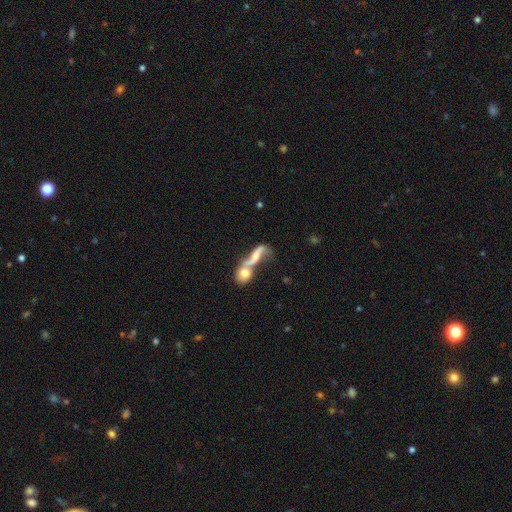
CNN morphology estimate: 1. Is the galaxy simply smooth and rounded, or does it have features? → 53% featured or disk, 38% smooth, 10% star or artifact.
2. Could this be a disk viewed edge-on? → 85% no, 15% yes.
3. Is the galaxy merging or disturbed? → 65% merger, 16% none, 12% major disturbance, 7% minor disturbance.